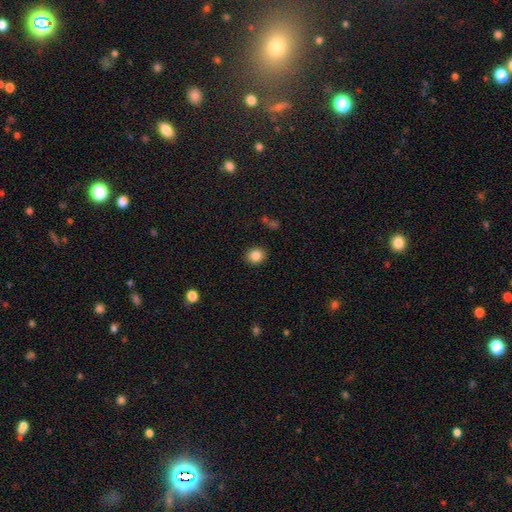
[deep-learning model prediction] smooth_or_featured: smooth (p=0.85) [alt: star or artifact p=0.10]
how_rounded: round (p=0.73) [alt: in between p=0.27]
merging: none (p=0.90) [alt: minor disturbance p=0.07]